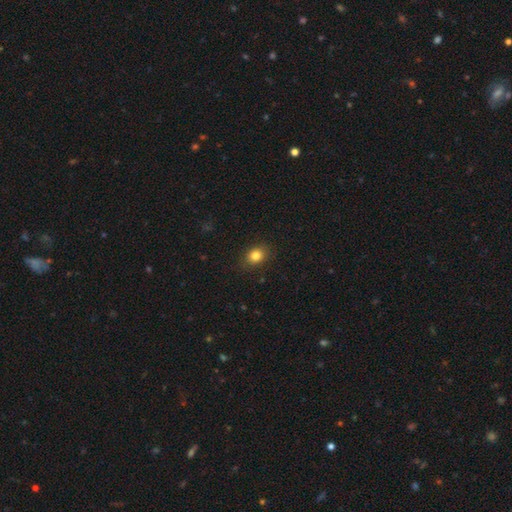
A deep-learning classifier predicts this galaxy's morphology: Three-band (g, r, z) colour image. It shows a smooth galaxy with no disk features (83%) that is in between round and cigar-shaped (50%). Merging: none (86%).